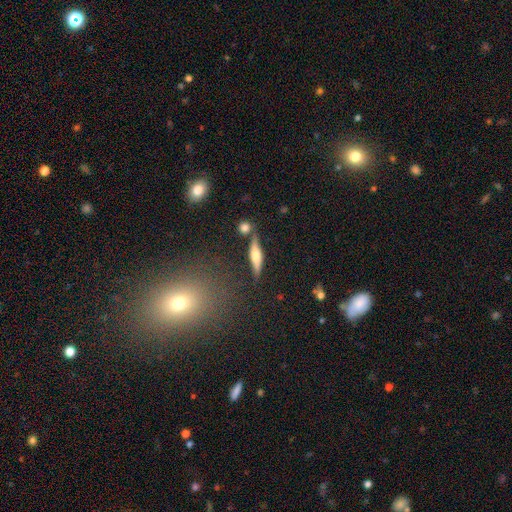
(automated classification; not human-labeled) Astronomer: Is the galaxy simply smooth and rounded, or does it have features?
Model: featured or disk — 55% (runner-up: smooth, 38%).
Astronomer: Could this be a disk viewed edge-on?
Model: yes — 92%.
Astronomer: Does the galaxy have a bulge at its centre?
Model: rounded — 87%.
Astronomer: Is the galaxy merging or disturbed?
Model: none — 72%.